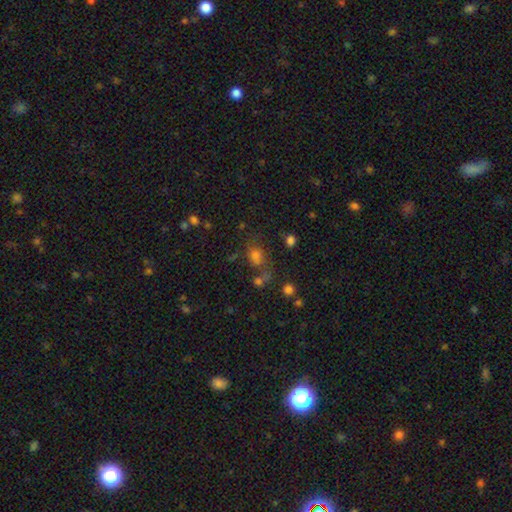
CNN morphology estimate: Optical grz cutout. It shows a smooth galaxy with no disk features (60%) that is in between round and cigar-shaped (53%). Merging: none (49%).